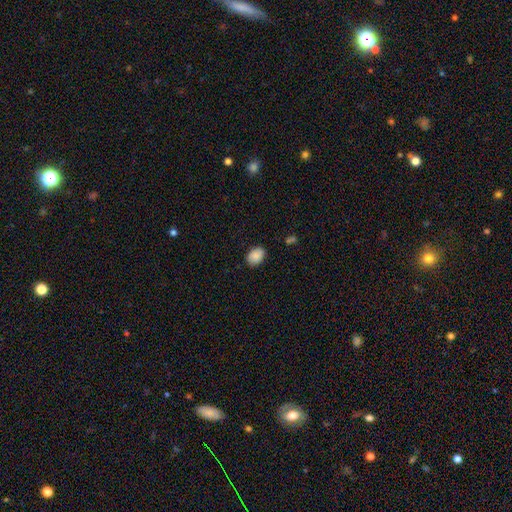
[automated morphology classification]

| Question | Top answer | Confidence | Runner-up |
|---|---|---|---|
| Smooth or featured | smooth | 88% | star or artifact (8%) |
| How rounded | in between | 72% | round (27%) |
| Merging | none | 82% | minor disturbance (14%) |